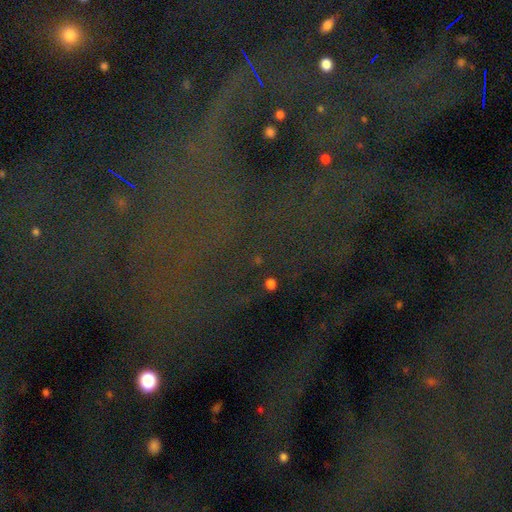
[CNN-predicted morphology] The model was most divided on "smooth or featured": star or artifact: 80%, smooth: 10%, featured or disk: 10%.